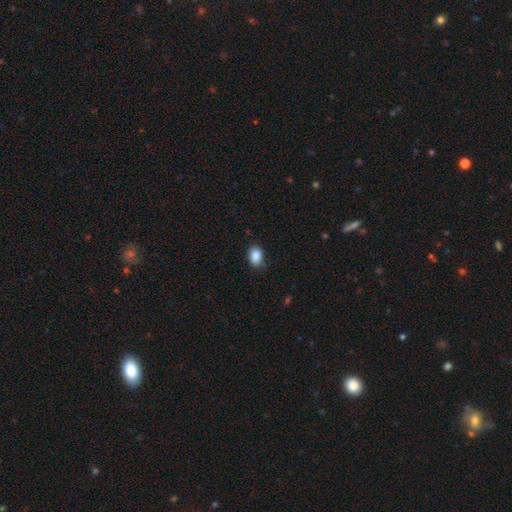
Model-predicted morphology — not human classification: Smooth or featured? Predicted: smooth (p=0.86). How rounded? Predicted: in between (p=0.75). Merging? Predicted: none (p=0.82).